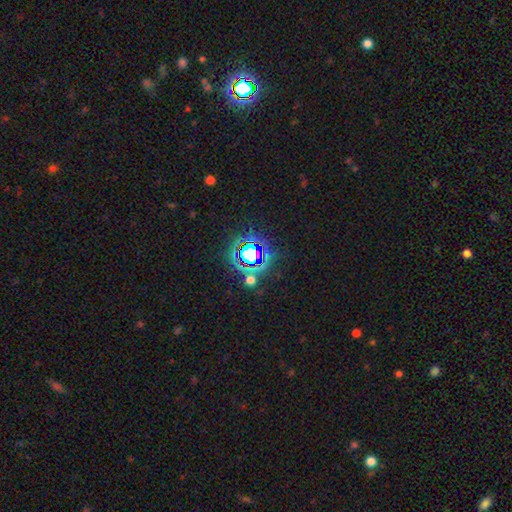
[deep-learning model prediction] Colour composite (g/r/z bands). It shows a star or artifact, not a galaxy (71%).